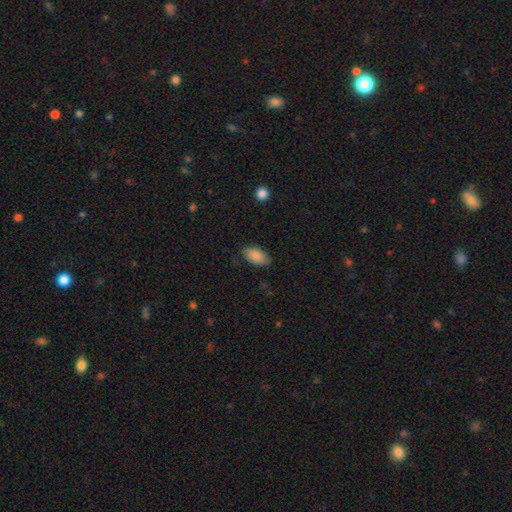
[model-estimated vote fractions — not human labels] A smooth galaxy with no disk features (88%) that is in between round and cigar-shaped (94%).

Vote fractions:
- Smooth or featured? smooth: 88% / star or artifact: 7% / featured or disk: 5%
- How rounded? in between: 94% / round: 3% / cigar-shaped: 3%
- Merging? none: 82% / minor disturbance: 14% / major disturbance: 3% / merger: 1%